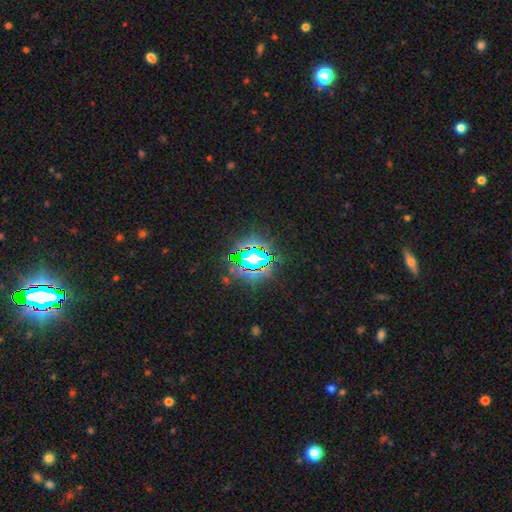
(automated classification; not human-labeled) smooth-or-featured: star or artifact: 79% | smooth: 13% | featured or disk: 9%